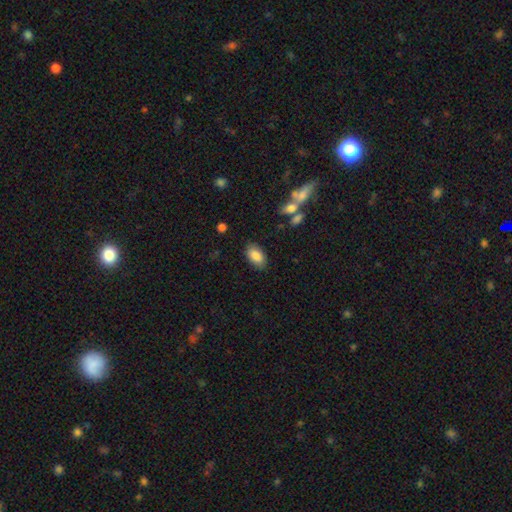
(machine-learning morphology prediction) Overall: smooth (86%). How rounded: in between (93%). Merging: none (85%).